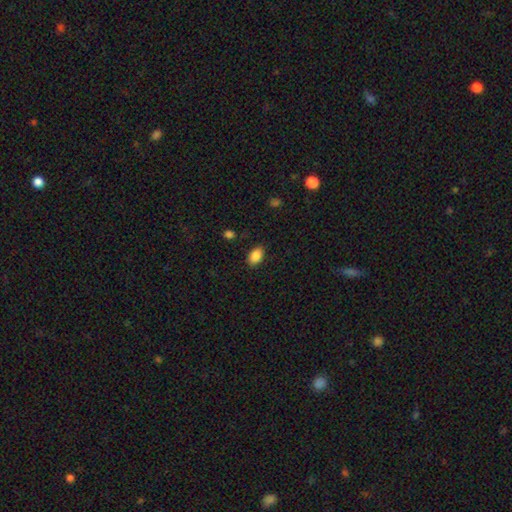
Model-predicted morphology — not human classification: Smooth or featured? smooth (87%)
How rounded? in between (89%)
Merging? none (85%)